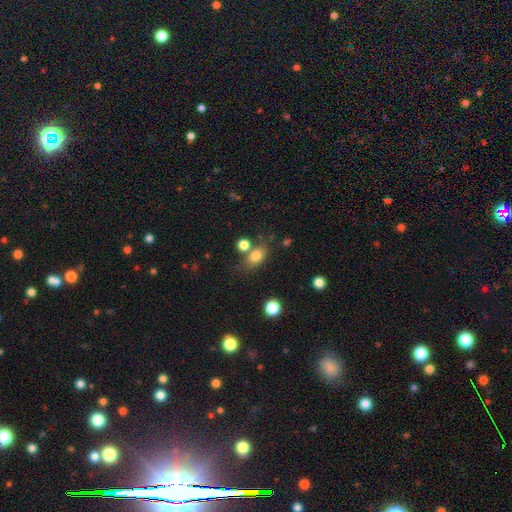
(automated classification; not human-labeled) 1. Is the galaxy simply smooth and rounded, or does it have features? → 80% smooth, 12% star or artifact, 9% featured or disk.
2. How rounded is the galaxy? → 70% in between, 27% round, 2% cigar-shaped.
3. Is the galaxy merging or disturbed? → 60% none, 20% merger, 14% minor disturbance, 6% major disturbance.